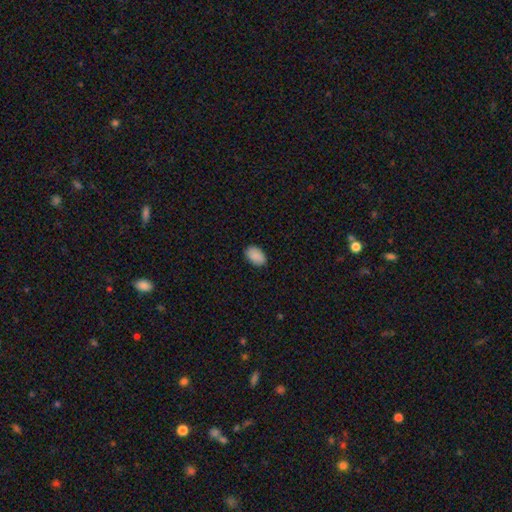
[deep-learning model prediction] Smooth or featured: smooth — 90% (star or artifact — 7%)
How rounded: in between — 91% (round — 8%)
Merging: none — 87% (minor disturbance — 10%)